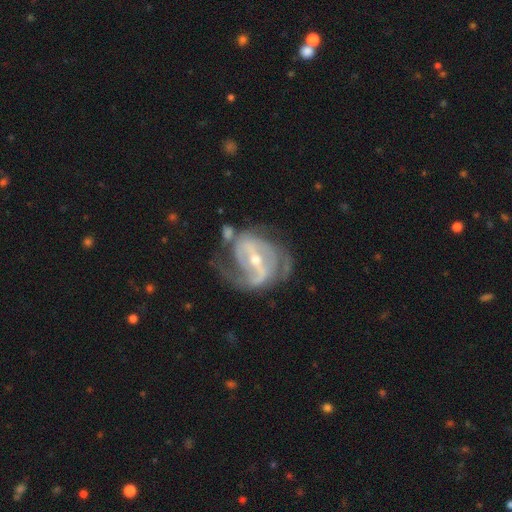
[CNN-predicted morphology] Smooth or featured?
  - featured or disk: 89% *
  - star or artifact: 6%
  - smooth: 5%
Edge-on disk?
  - no: 97% *
  - yes: 3%
Bar?
  - strong: 50% *
  - weak: 35%
  - no: 14%
Spiral arms?
  - yes: 96% *
  - no: 4%
Spiral winding?
  - medium: 44% *
  - tight: 43%
  - loose: 13%
Spiral arm count?
  - 2: 53% *
  - 3: 20%
  - can't tell: 14%
  - 4: 5%
  - 1: 5%
  - more than 4: 4%
Bulge size?
  - small: 58% *
  - moderate: 38%
  - large: 2%
  - none: 1%
  - dominant: 1%
Merging?
  - none: 59% *
  - minor disturbance: 20%
  - major disturbance: 17%
  - merger: 4%